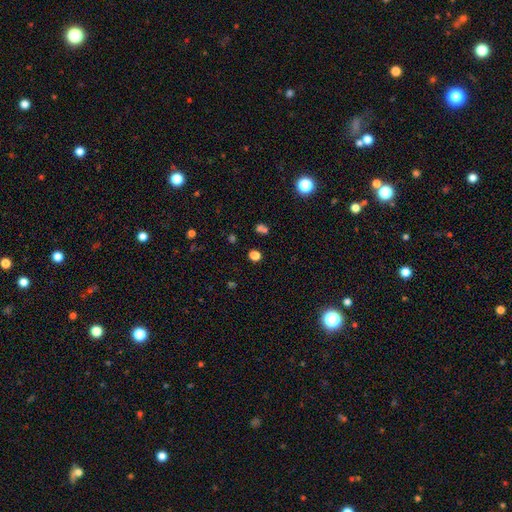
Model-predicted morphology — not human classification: The model was most divided on "smooth or featured": smooth: 65%, star or artifact: 29%, featured or disk: 5%. More confident: merging — none (78%); how rounded — round (68%).